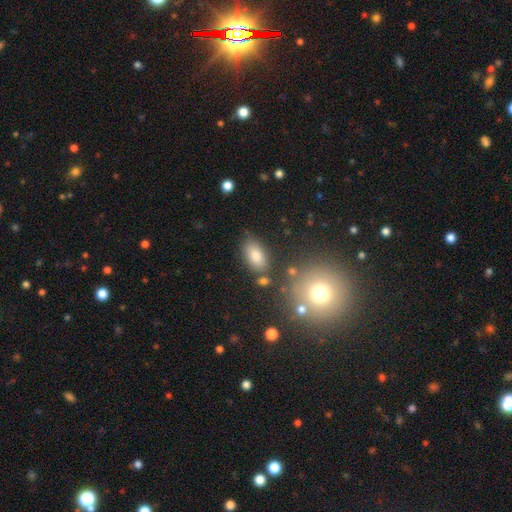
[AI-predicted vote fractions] Smooth or featured?
  - smooth: 80% *
  - star or artifact: 10%
  - featured or disk: 10%
How rounded?
  - in between: 91% *
  - round: 6%
  - cigar-shaped: 3%
Merging?
  - none: 76% *
  - minor disturbance: 13%
  - merger: 6%
  - major disturbance: 4%